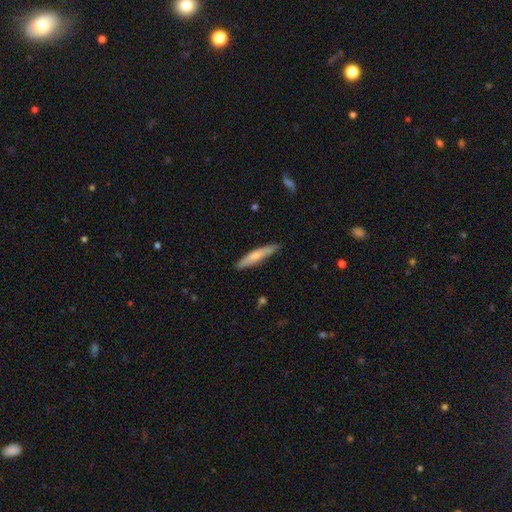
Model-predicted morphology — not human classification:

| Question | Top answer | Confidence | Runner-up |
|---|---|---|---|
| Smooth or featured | smooth | 65% | featured or disk (29%) |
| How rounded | cigar-shaped | 88% | in between (10%) |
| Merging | none | 81% | minor disturbance (15%) |